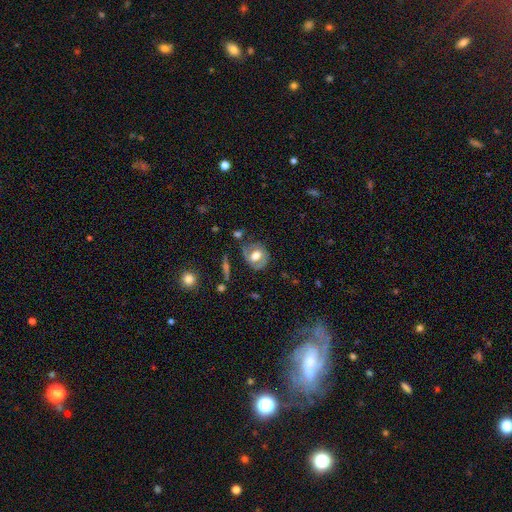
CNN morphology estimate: Q: Smooth or featured?
A: smooth (47%); runner-up: featured or disk (46%)
Q: Merging?
A: none (63%); runner-up: minor disturbance (23%)